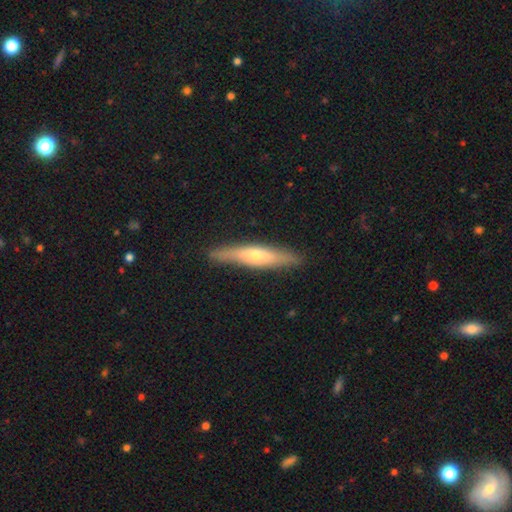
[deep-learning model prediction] Morphology: type=featured or disk (52%); edge-on=yes (87%); merging=none (87%).